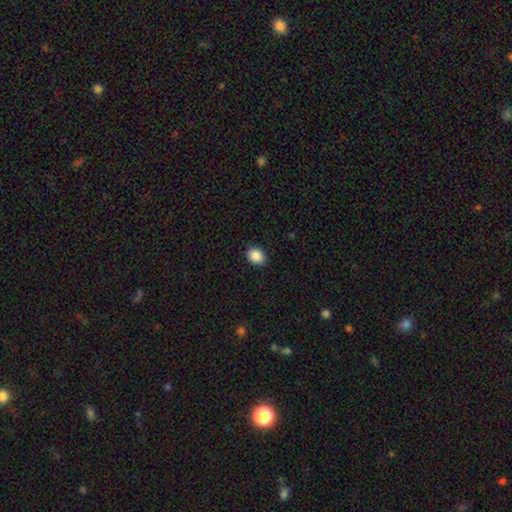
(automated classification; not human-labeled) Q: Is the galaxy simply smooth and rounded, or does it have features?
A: smooth — 88%.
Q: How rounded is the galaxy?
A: in between — 64%.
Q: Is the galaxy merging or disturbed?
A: none — 88%.